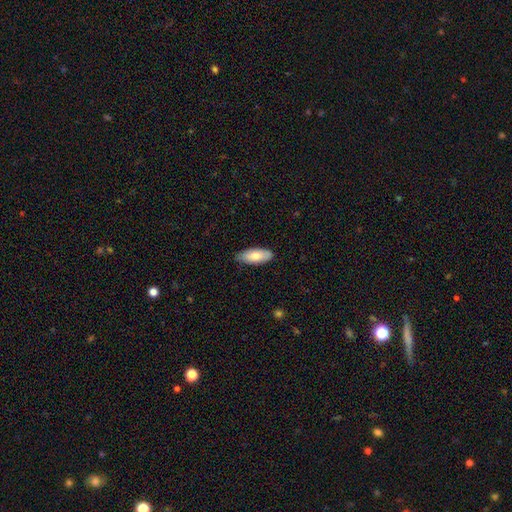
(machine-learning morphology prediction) Smooth or featured? Predicted: smooth (p=0.77). How rounded? Predicted: in between (p=0.83). Merging? Predicted: none (p=0.81).